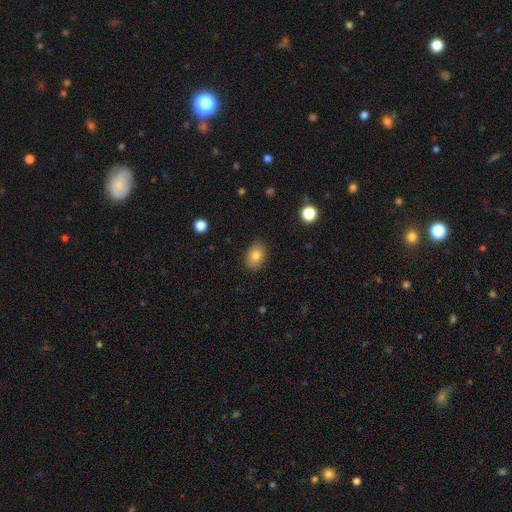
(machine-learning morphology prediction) Smooth or featured: smooth — 81% (featured or disk — 11%)
How rounded: in between — 78% (round — 21%)
Merging: none — 87% (minor disturbance — 10%)